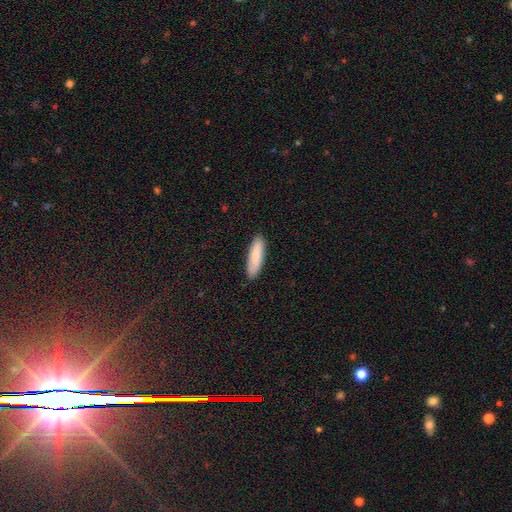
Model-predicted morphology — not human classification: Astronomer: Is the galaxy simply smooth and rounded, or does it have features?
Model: smooth — 85%.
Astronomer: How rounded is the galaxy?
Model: cigar-shaped — 58% (runner-up: in between, 41%).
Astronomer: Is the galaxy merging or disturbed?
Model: none — 88%.